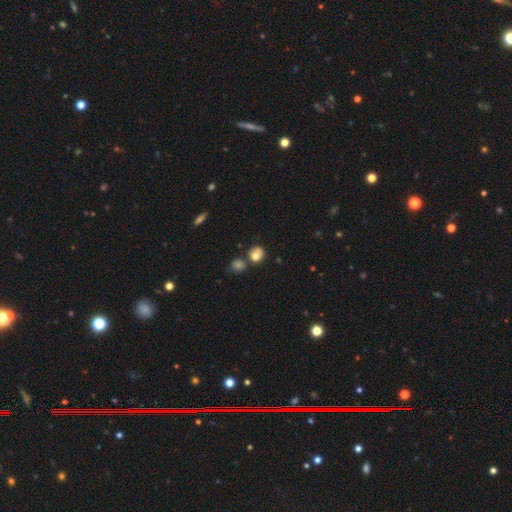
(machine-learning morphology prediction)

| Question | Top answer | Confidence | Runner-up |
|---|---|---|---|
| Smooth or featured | smooth | 76% | featured or disk (13%) |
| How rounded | round | 78% | in between (21%) |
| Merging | none | 57% | merger (21%) |